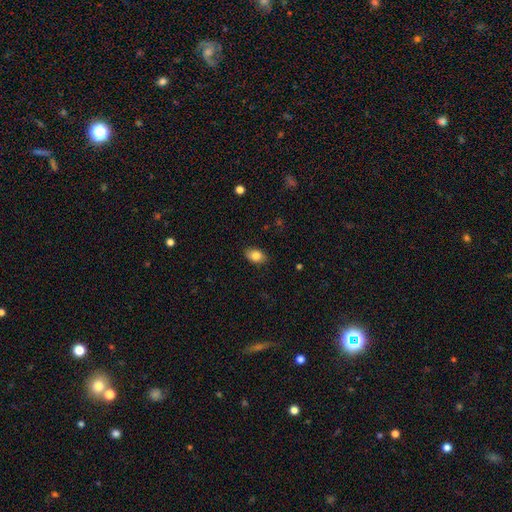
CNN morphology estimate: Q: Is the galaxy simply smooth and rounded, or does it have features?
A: smooth — 84%.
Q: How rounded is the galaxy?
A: in between — 86%.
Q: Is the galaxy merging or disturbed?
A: none — 85%.